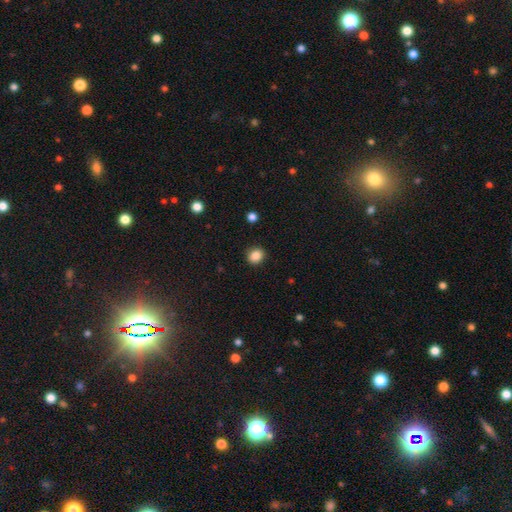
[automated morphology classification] This appears to be a smooth galaxy with no disk features (86%) that is round (79%). Merging: none (91%).